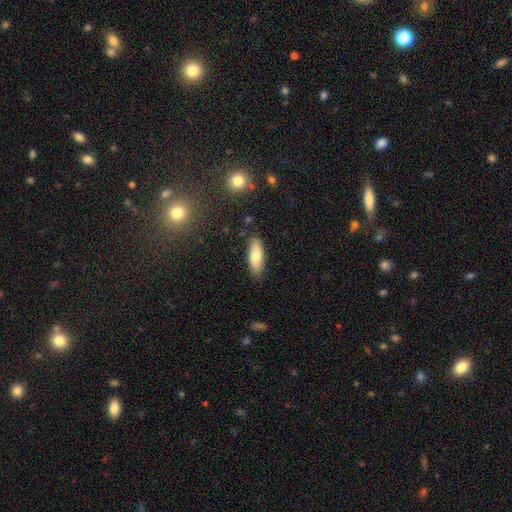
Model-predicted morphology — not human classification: smooth 75%, featured or disk 18%, star or artifact 7%. Down the decision tree: how rounded — in between (67%); merging — none (86%).